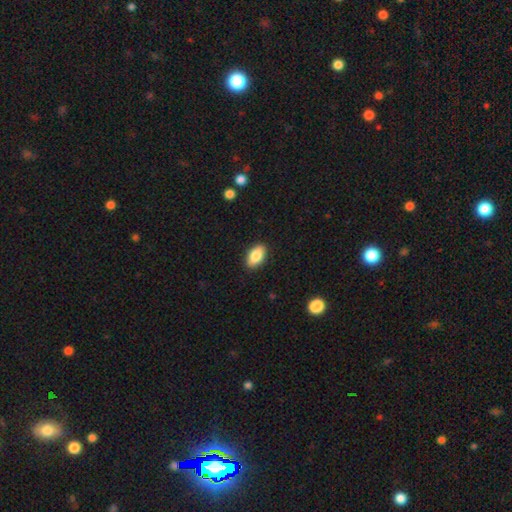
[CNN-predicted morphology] smooth-or-featured: smooth: 85% | featured or disk: 8% | star or artifact: 7%
  how-rounded: in between: 92% | round: 5% | cigar-shaped: 3%
  merging: none: 89% | minor disturbance: 8% | major disturbance: 2% | merger: 1%